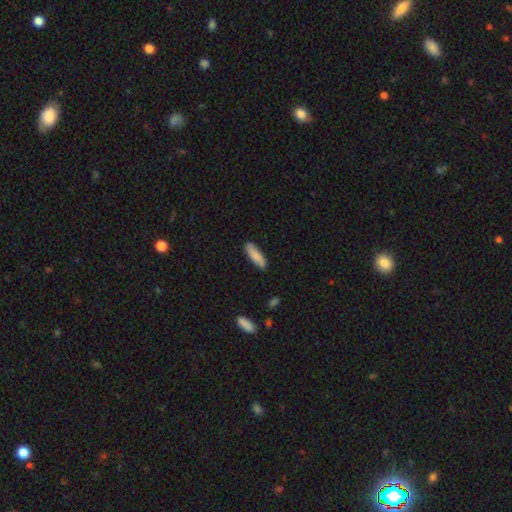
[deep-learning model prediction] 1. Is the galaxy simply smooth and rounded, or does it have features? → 82% smooth, 12% featured or disk, 6% star or artifact.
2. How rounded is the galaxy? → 55% cigar-shaped, 43% in between, 2% round.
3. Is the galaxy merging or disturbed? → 83% none, 13% minor disturbance, 2% major disturbance, 1% merger.